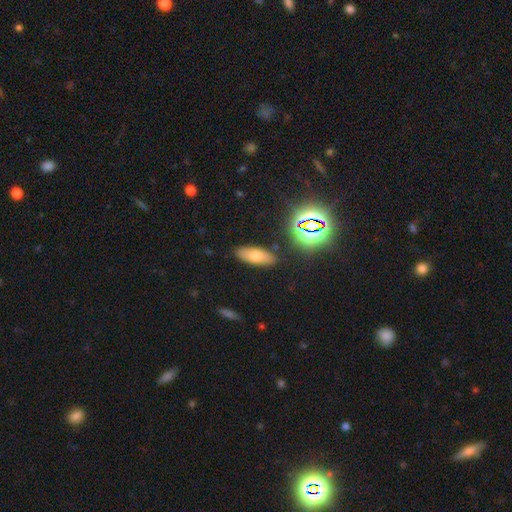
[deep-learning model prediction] A smooth galaxy with no disk features (67%) that is in between round and cigar-shaped (76%).

Vote fractions:
- Smooth or featured? smooth: 67% / featured or disk: 18% / star or artifact: 14%
- How rounded? in between: 76% / cigar-shaped: 20% / round: 4%
- Merging? none: 86% / minor disturbance: 9% / major disturbance: 3% / merger: 2%